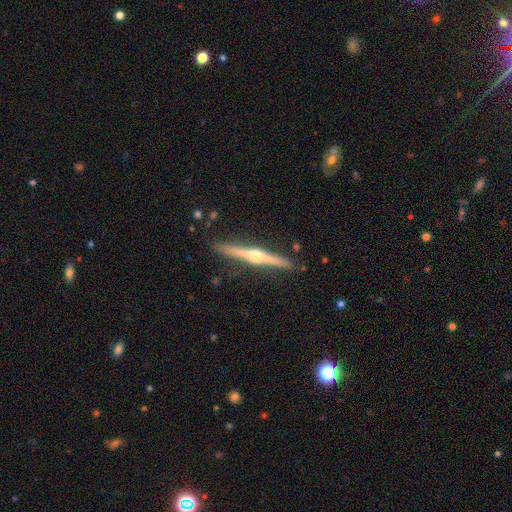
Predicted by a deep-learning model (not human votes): A featured or disk galaxy (80%) viewed edge-on (98%) with a rounded central bulge (93%). Merging: none (90%).